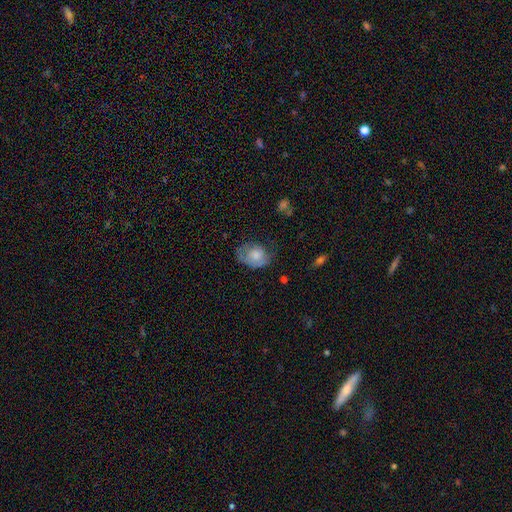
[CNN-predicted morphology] smooth-or-featured: smooth: 64% | featured or disk: 28% | star or artifact: 8%
  how-rounded: in between: 67% | round: 32% | cigar-shaped: 1%
  merging: none: 46% | minor disturbance: 33% | major disturbance: 19% | merger: 2%